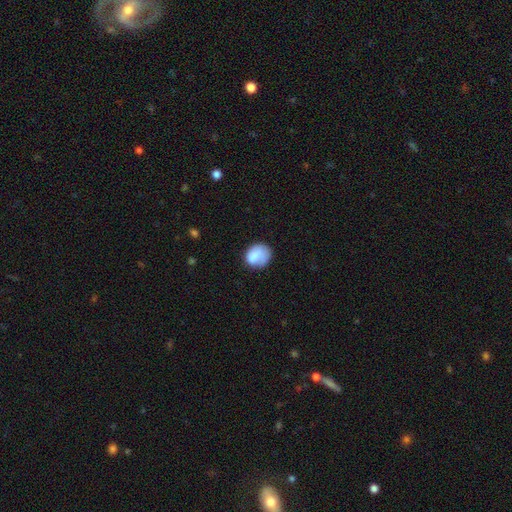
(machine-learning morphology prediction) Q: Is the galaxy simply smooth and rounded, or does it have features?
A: smooth — 82%.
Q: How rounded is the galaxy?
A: round — 66%.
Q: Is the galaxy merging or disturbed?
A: none — 63%.